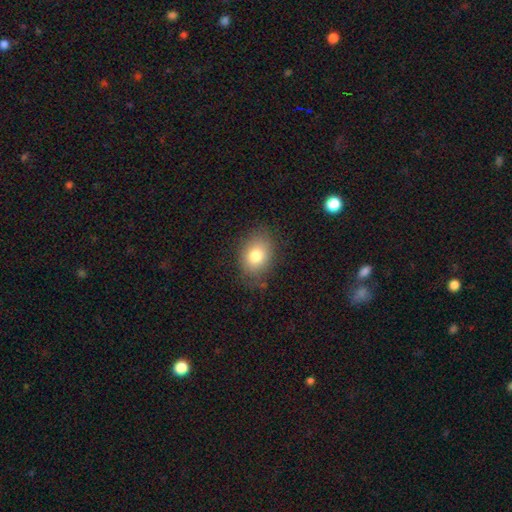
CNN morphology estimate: Smooth or featured?
  - smooth: 80% *
  - featured or disk: 11%
  - star or artifact: 9%
How rounded?
  - in between: 70% *
  - round: 29%
  - cigar-shaped: 1%
Merging?
  - none: 77% *
  - minor disturbance: 16%
  - major disturbance: 5%
  - merger: 1%